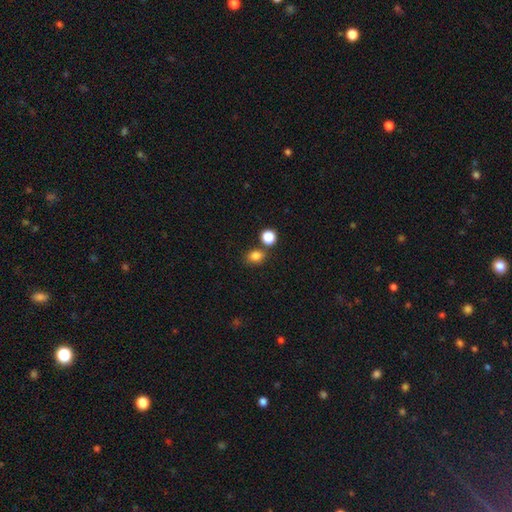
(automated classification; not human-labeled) Smooth or featured? Predicted: smooth (p=0.82). How rounded? Predicted: round (p=0.56). Merging? Predicted: none (p=0.68).